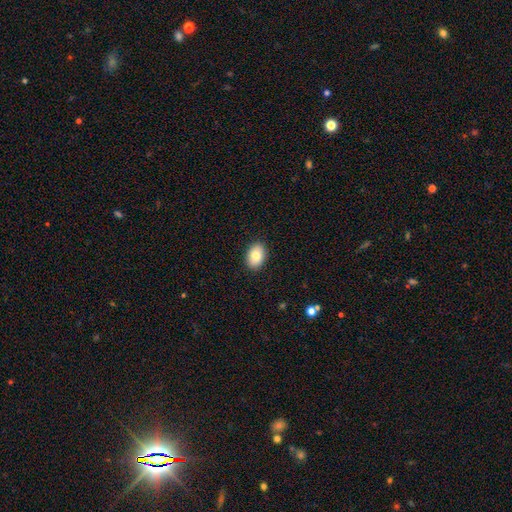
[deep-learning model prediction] This appears to be a smooth galaxy with no disk features (81%) that is in between round and cigar-shaped (83%). Merging: none (90%).